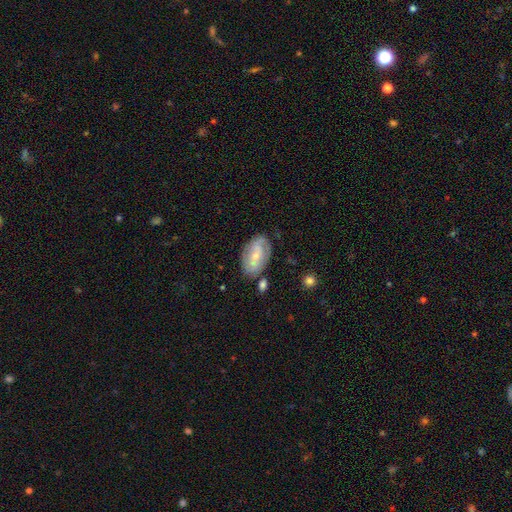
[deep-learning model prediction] featured or disk 57%, smooth 36%, star or artifact 7%. Down the decision tree: edge-on disk — no (93%); bar — no (53%); spiral arms — yes (64%); bulge size — small (63%); merging — none (69%).